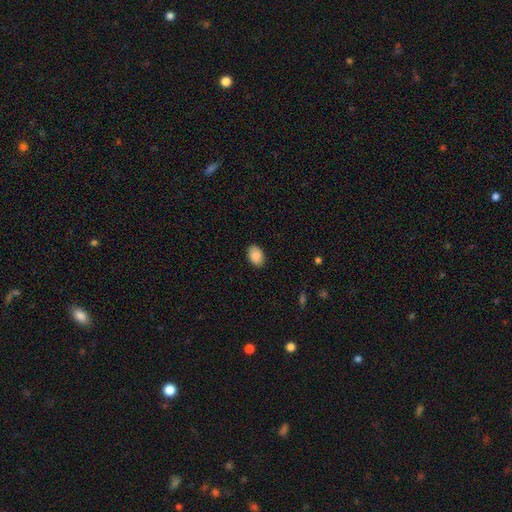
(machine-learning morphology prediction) Smooth or featured?
  - smooth: 90% *
  - star or artifact: 7%
  - featured or disk: 4%
How rounded?
  - in between: 86% *
  - round: 13%
  - cigar-shaped: 1%
Merging?
  - none: 88% *
  - minor disturbance: 9%
  - major disturbance: 2%
  - merger: 1%